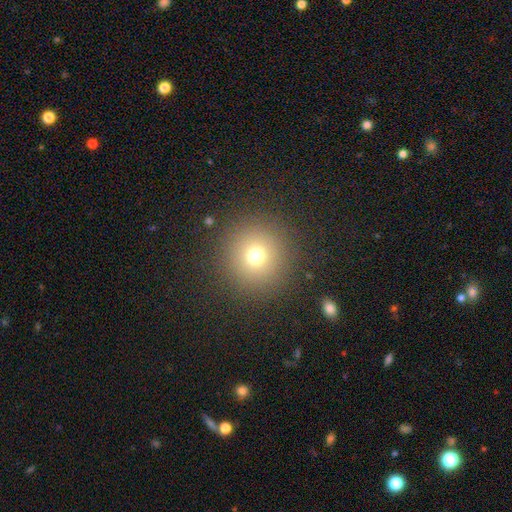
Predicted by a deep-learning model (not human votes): A smooth galaxy with no disk features (71%) that is round (96%). Merging: none (89%).